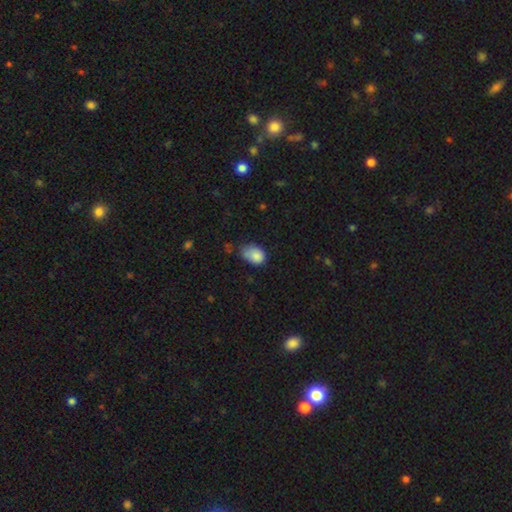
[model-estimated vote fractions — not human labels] smooth 84%, star or artifact 9%, featured or disk 7%. Down the decision tree: how rounded — in between (72%); merging — minor disturbance (43%).